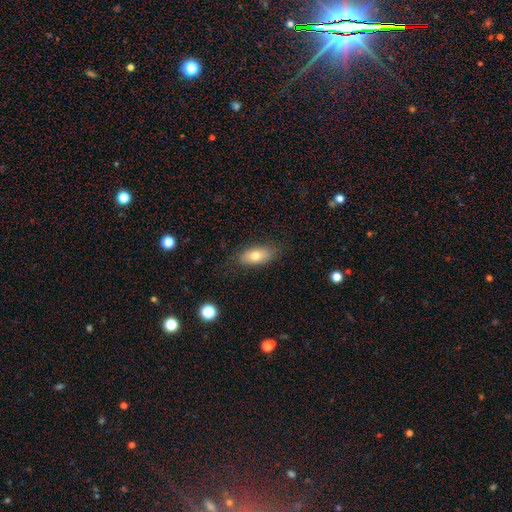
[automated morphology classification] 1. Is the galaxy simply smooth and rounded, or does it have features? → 74% smooth, 18% featured or disk, 8% star or artifact.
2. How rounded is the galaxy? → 86% in between, 10% cigar-shaped, 5% round.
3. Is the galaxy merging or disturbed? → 80% none, 15% minor disturbance, 4% major disturbance, 1% merger.